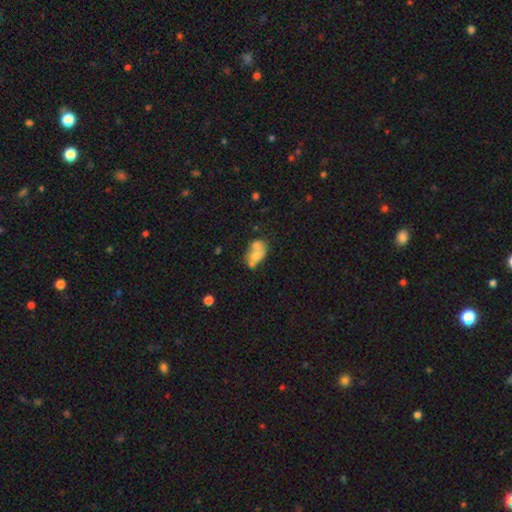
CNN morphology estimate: This appears to be a smooth galaxy with no disk features (57%) that is in between round and cigar-shaped (75%). Merging: merger (53%).